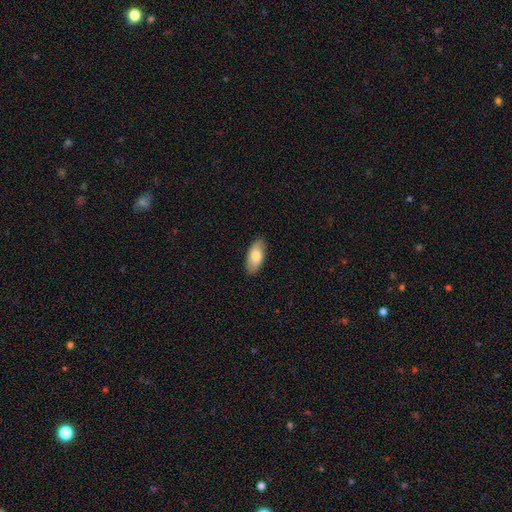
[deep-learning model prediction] Overall: smooth (77%). How rounded: in between (90%). Merging: none (87%).